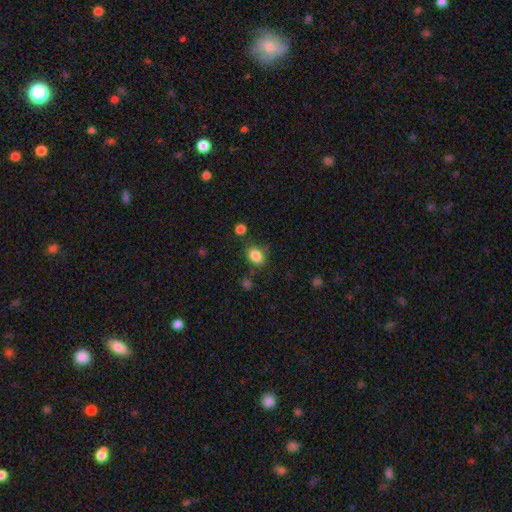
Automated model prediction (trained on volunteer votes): smooth_or_featured: smooth (p=0.85) [alt: star or artifact p=0.10]
how_rounded: in between (p=0.69) [alt: round p=0.30]
merging: none (p=0.74) [alt: minor disturbance p=0.17]